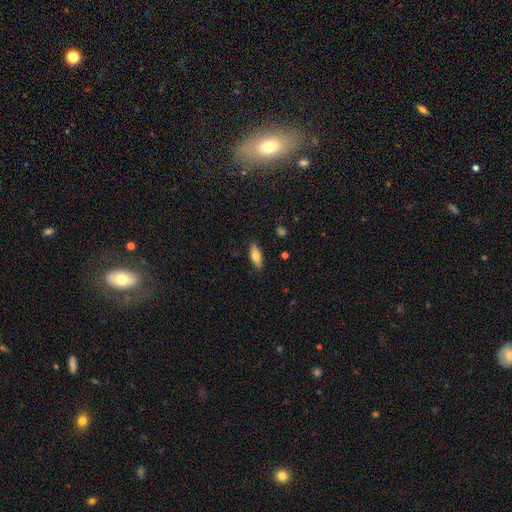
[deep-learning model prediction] smooth 74%, featured or disk 20%, star or artifact 7%. Down the decision tree: how rounded — in between (67%); merging — none (85%).